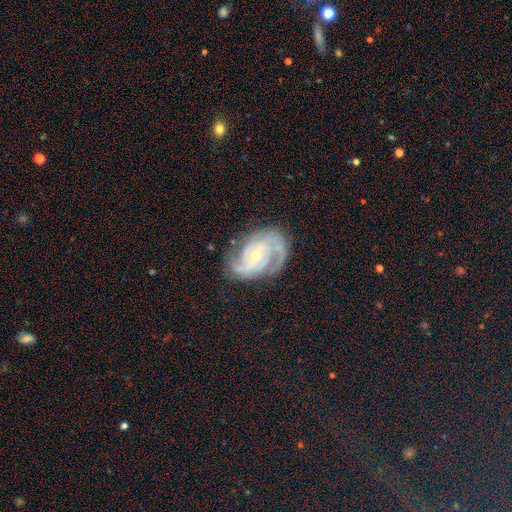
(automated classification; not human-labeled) A featured or disk galaxy (88%) with no bar (46%), 2 (55%) tight (49%) spiral arms (97%) and a small central bulge (62%). Merging: none (69%).